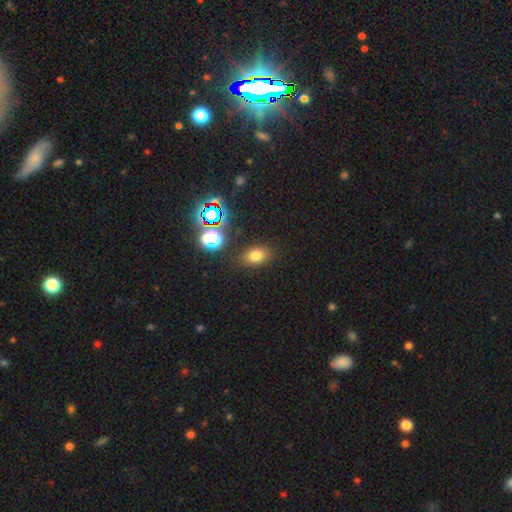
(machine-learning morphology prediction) Overall: smooth (70%). How rounded: in between (78%). Merging: none (84%).